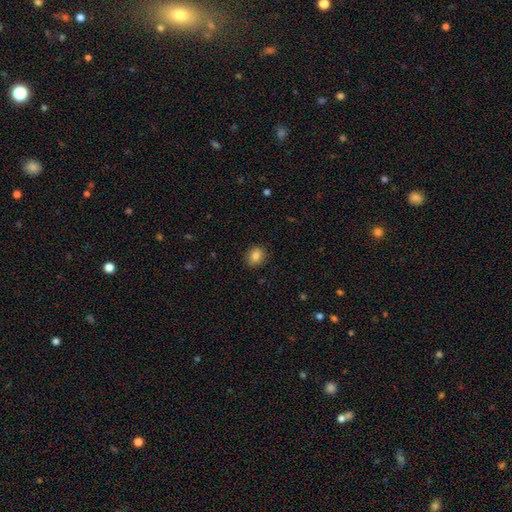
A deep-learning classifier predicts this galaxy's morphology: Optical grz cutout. It shows a smooth galaxy with no disk features (84%) that is round (65%). Merging: none (88%).